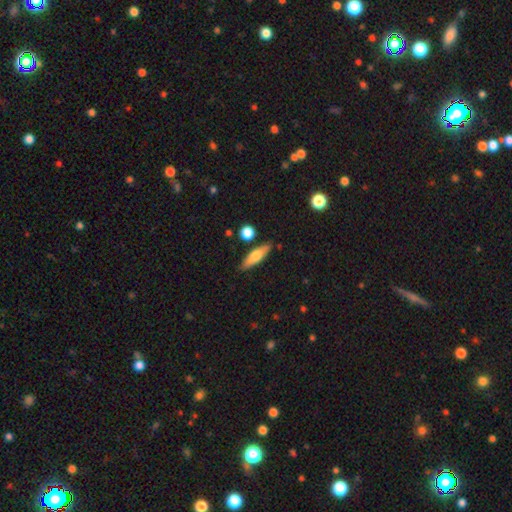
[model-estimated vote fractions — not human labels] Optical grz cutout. It shows a smooth galaxy with no disk features (64%) that is cigar-shaped (64%). Merging: none (84%).